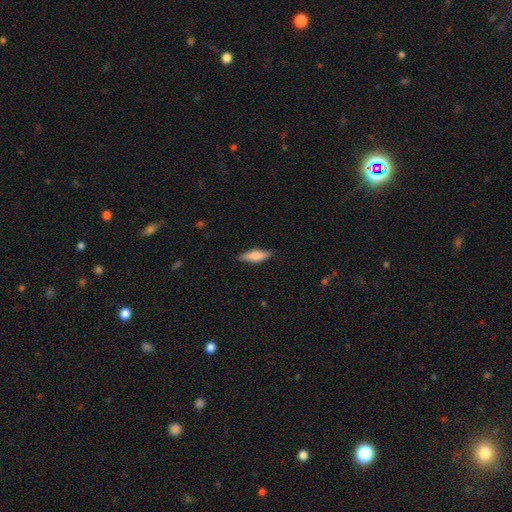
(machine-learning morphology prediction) Overall: smooth (70%). How rounded: cigar-shaped (55%; in between 43%). Merging: none (86%).